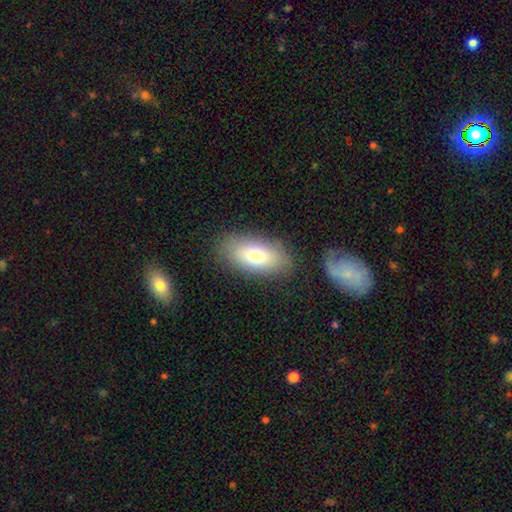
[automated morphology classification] Smooth or featured? Predicted: smooth (p=0.75). How rounded? Predicted: in between (p=0.90). Merging? Predicted: none (p=0.84).